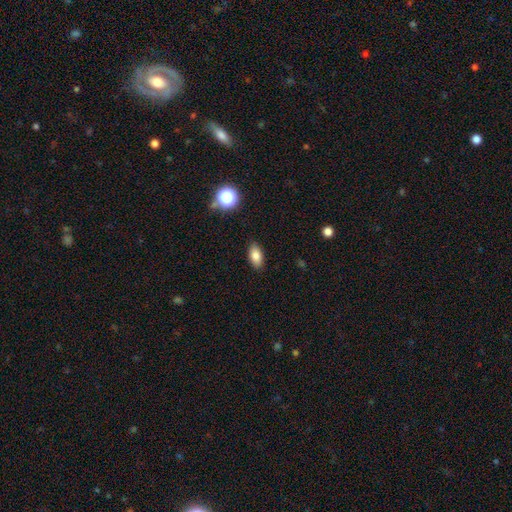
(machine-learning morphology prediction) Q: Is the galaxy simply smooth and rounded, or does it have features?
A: smooth — 81%.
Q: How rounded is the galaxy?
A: in between — 90%.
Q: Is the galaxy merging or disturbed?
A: none — 88%.